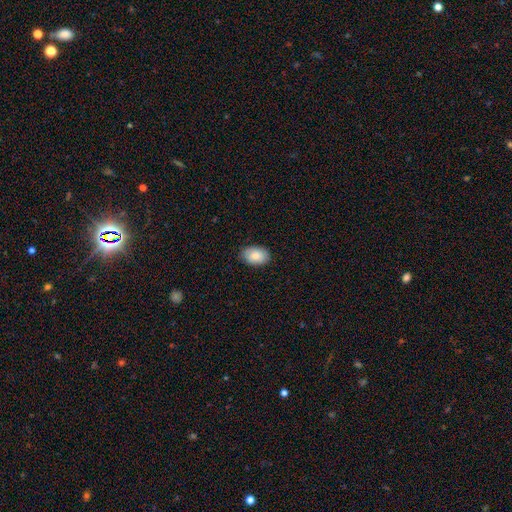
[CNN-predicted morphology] This appears to be a smooth galaxy with no disk features (85%) that is in between round and cigar-shaped (88%). Merging: none (84%).